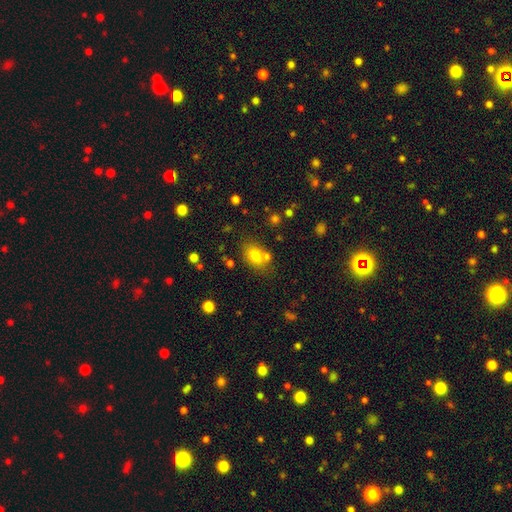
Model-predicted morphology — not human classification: The model was most divided on "how rounded": in between: 71%, round: 27%, cigar-shaped: 1%. More confident: smooth or featured — smooth (76%); merging — none (64%).